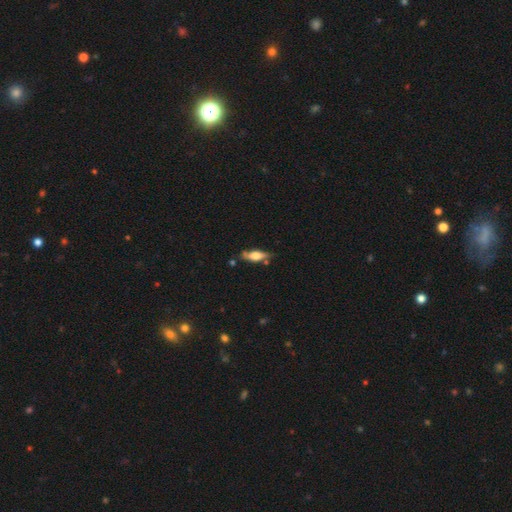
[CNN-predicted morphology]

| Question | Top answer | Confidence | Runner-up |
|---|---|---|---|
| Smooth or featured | smooth | 52% | featured or disk (42%) |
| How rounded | in between | 59% | cigar-shaped (38%) |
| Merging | none | 66% | minor disturbance (22%) |